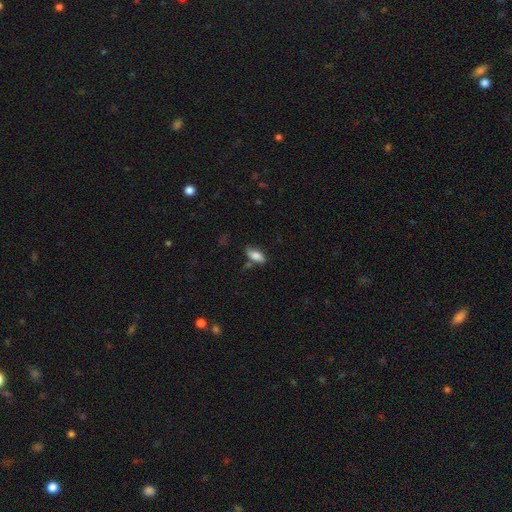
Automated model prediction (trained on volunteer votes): smooth-or-featured: smooth: 77% | featured or disk: 16% | star or artifact: 8%
  how-rounded: in between: 85% | cigar-shaped: 11% | round: 3%
  merging: none: 64% | minor disturbance: 23% | merger: 7% | major disturbance: 6%